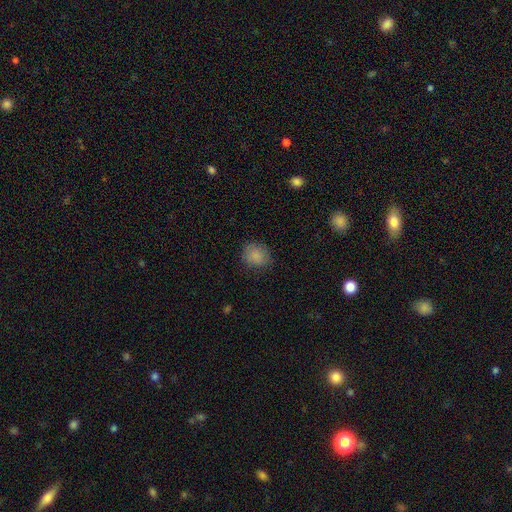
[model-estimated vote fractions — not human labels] This is clearly a smooth galaxy (85%). How rounded: likely round (76%). Merging: clearly none (81%).